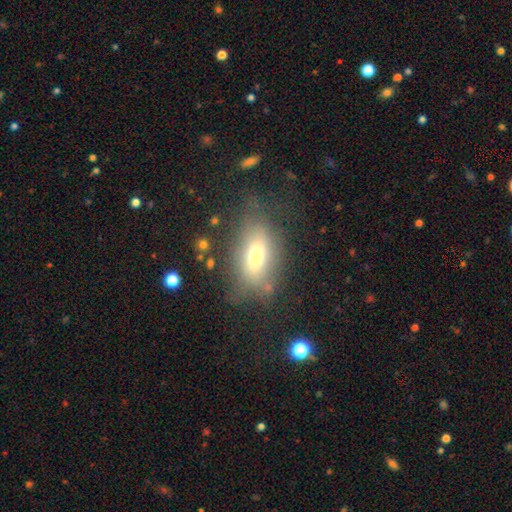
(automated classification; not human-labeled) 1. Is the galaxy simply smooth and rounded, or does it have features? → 60% smooth, 28% featured or disk, 12% star or artifact.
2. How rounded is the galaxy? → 81% in between, 14% cigar-shaped, 5% round.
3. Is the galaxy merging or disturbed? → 65% none, 21% minor disturbance, 11% major disturbance, 4% merger.